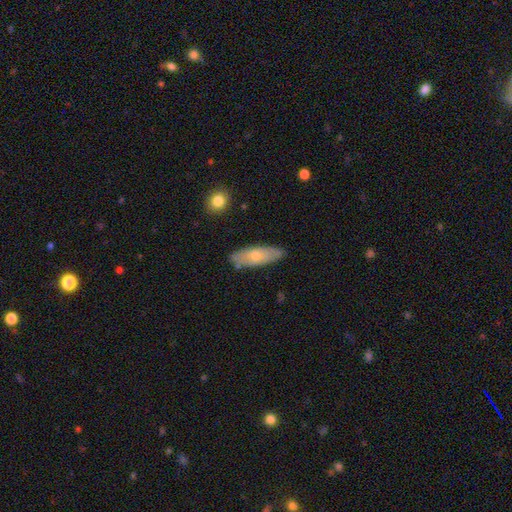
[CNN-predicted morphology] smooth 59%, featured or disk 35%, star or artifact 7%. Down the decision tree: how rounded — in between (58%); merging — none (81%).